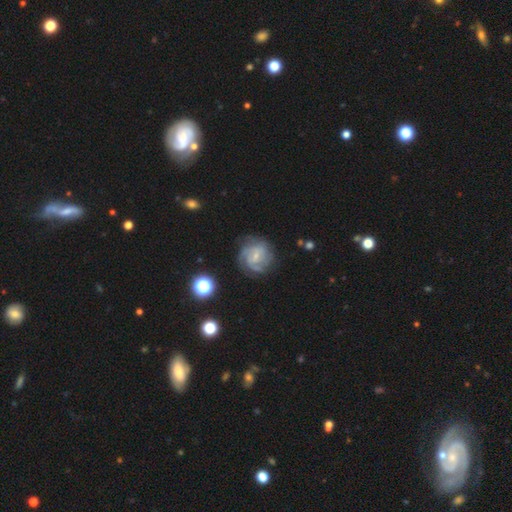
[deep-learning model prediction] Smooth or featured? Predicted: featured or disk (p=0.76). Edge-on disk? Predicted: no (p=0.98). Bar? Predicted: weak (p=0.53). Spiral arms? Predicted: yes (p=0.92). Spiral winding? Predicted: tight (p=0.53). Spiral arm count? Predicted: can't tell (p=0.37). Bulge size? Predicted: small (p=0.66). Merging? Predicted: none (p=0.68).